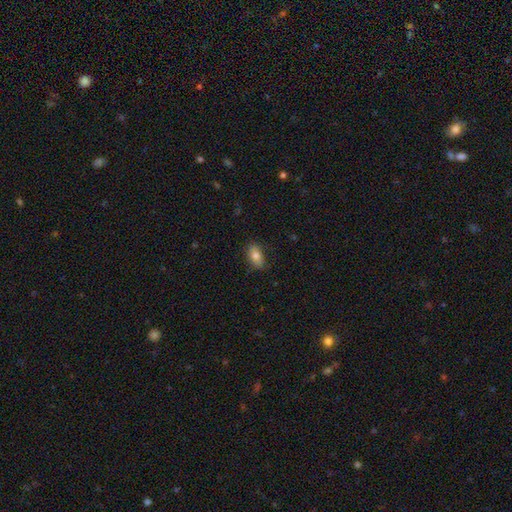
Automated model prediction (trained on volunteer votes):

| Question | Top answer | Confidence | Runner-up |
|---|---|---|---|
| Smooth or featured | smooth | 78% | featured or disk (14%) |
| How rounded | in between | 88% | round (8%) |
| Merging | none | 82% | minor disturbance (14%) |